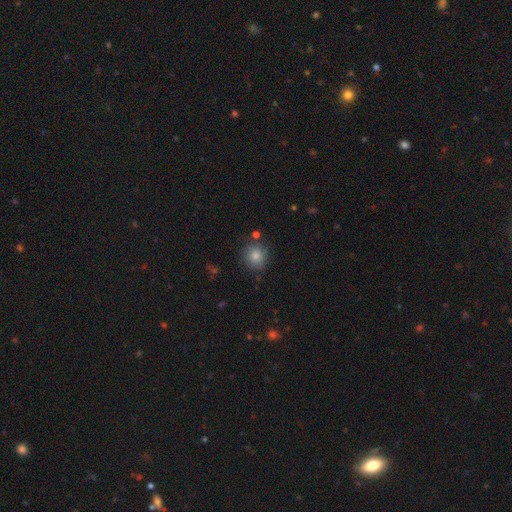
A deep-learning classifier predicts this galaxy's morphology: Overall: smooth (82%). How rounded: round (89%). Merging: none (81%).